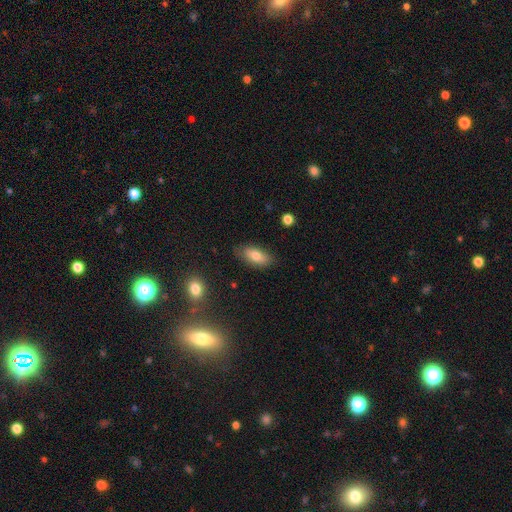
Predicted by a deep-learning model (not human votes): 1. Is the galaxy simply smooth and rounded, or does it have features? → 75% smooth, 17% featured or disk, 8% star or artifact.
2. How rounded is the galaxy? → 85% in between, 12% cigar-shaped, 3% round.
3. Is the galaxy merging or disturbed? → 79% none, 16% minor disturbance, 3% major disturbance, 2% merger.